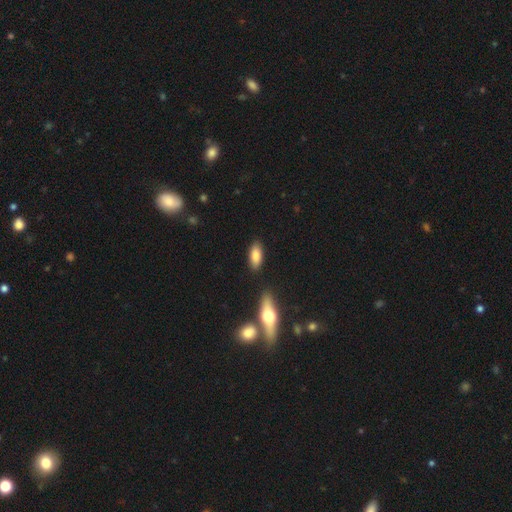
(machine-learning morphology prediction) smooth_or_featured: smooth (p=0.83) [alt: featured or disk p=0.11]
how_rounded: in between (p=0.83) [alt: cigar-shaped p=0.14]
merging: none (p=0.83) [alt: minor disturbance p=0.10]